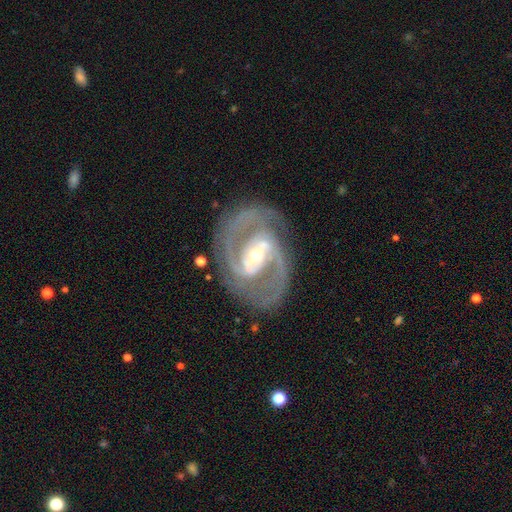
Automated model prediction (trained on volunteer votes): A featured or disk galaxy (93%) with a strong bar (43%), 2 (84%) medium (57%) spiral arms (98%) and a small central bulge (48%).

Vote fractions:
- Smooth or featured? featured or disk: 93% / star or artifact: 5% / smooth: 3%
- Edge-on disk? no: 97% / yes: 3%
- Bar? strong: 43% / weak: 37% / no: 20%
- Spiral arms? yes: 98% / no: 2%
- Spiral winding? medium: 57% / tight: 33% / loose: 10%
- Spiral arm count? 2: 84% / 3: 8% / can't tell: 3% / 4: 2% / 1: 2% / more than 4: 2%
- Bulge size? small: 48% / moderate: 47% / large: 3% / none: 1% / dominant: 1%
- Merging? none: 78% / minor disturbance: 13% / major disturbance: 7% / merger: 2%